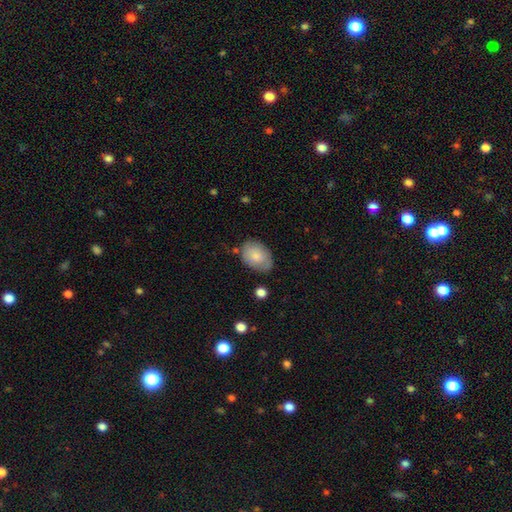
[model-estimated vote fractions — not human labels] Q: Smooth or featured?
A: smooth (79%); runner-up: featured or disk (15%)
Q: How rounded?
A: in between (83%); runner-up: round (16%)
Q: Merging?
A: none (68%); runner-up: minor disturbance (24%)